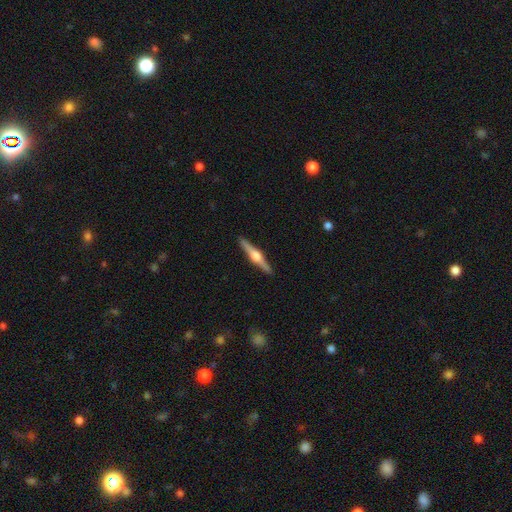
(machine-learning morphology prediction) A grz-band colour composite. It shows a featured or disk galaxy (77%) viewed edge-on (98%) with a rounded central bulge (92%). Merging: none (92%).